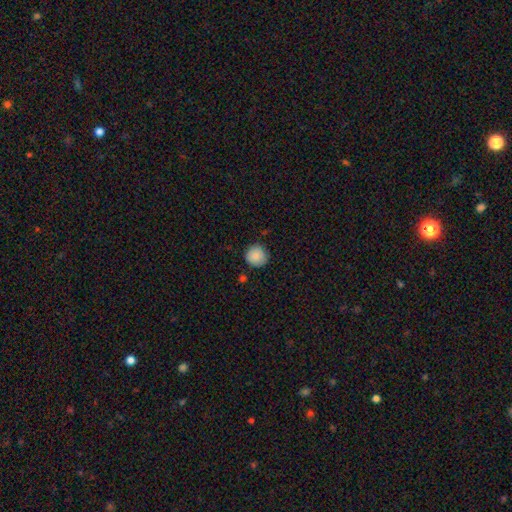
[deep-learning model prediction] Smooth or featured? smooth (88%)
How rounded? round (94%)
Merging? none (85%)